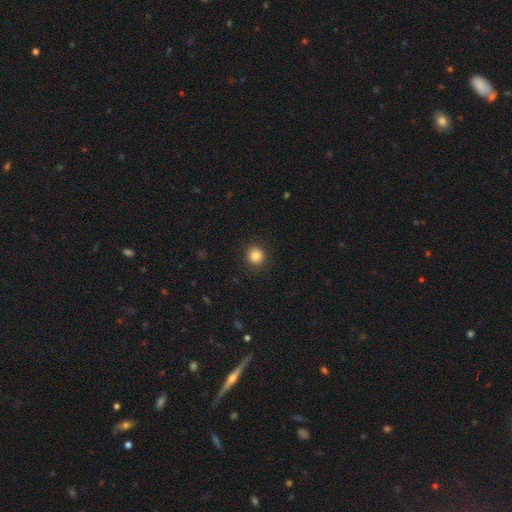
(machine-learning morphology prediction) Smooth or featured? Predicted: smooth (p=0.85). How rounded? Predicted: round (p=0.91). Merging? Predicted: none (p=0.90).